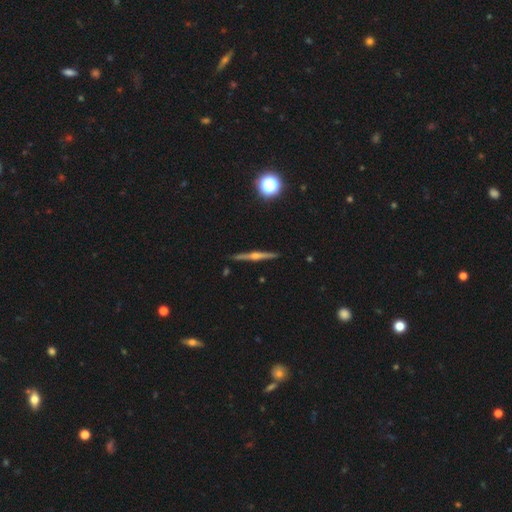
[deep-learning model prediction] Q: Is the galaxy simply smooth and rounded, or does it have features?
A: featured or disk — 81%.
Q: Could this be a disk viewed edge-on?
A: yes — 98%.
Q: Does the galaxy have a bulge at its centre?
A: rounded — 90%.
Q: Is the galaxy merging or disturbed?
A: none — 92%.